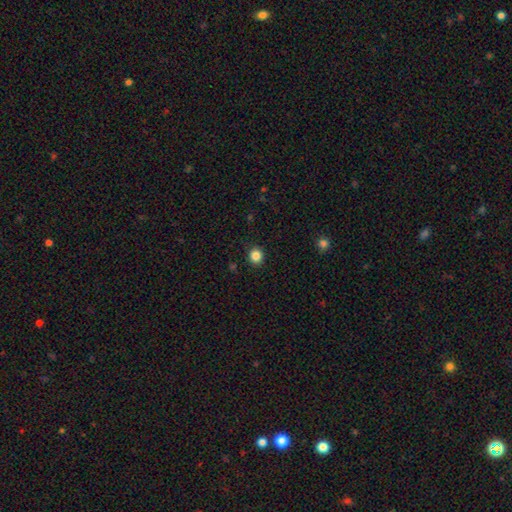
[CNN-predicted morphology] Smooth or featured? smooth (85%)
How rounded? round (84%)
Merging? none (91%)